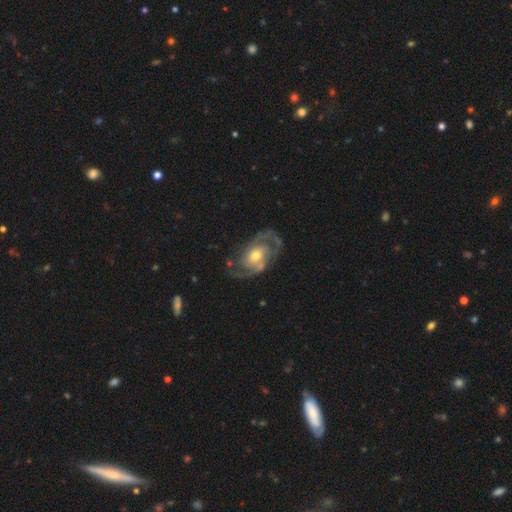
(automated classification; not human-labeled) A featured or disk galaxy (90%) with no bar (59%), 2 (85%) medium (50%) spiral arms (96%) and a moderate central bulge (63%). Merging: none (74%).